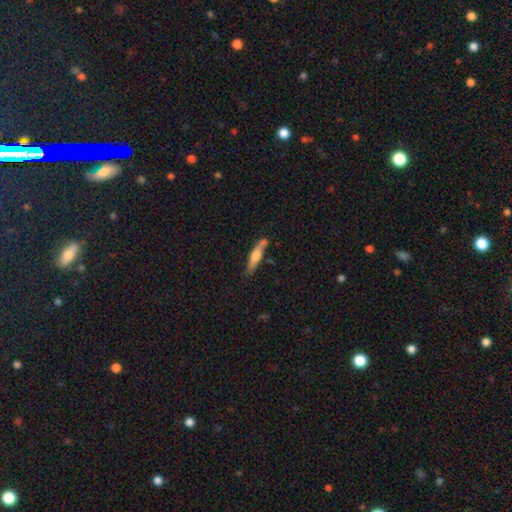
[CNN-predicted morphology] This is possibly a featured or disk galaxy (49%). Merging: likely none (70%).